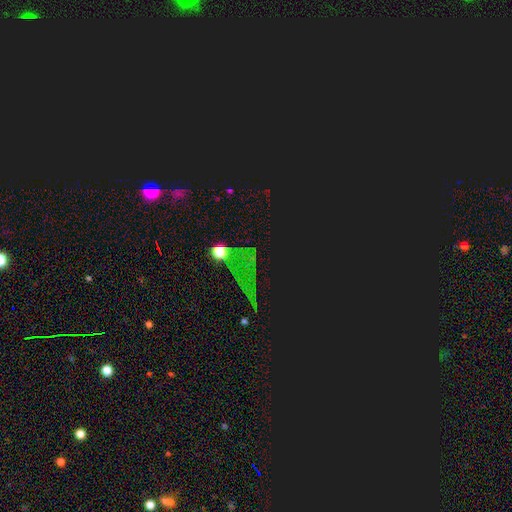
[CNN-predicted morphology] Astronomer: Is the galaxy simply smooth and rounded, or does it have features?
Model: star or artifact — 80%.